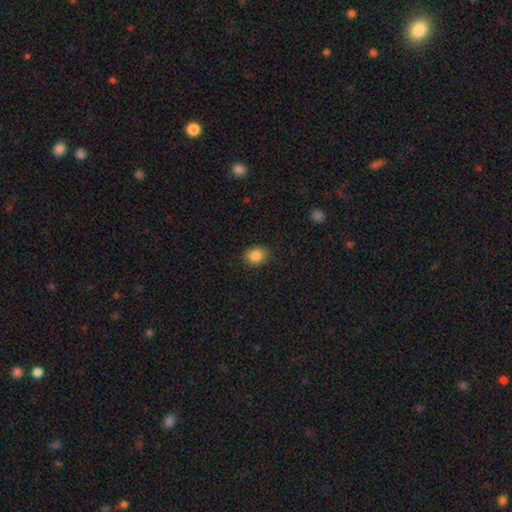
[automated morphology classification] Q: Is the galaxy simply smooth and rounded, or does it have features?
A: smooth — 86%.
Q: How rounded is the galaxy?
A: round — 67%.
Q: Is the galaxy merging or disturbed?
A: none — 87%.